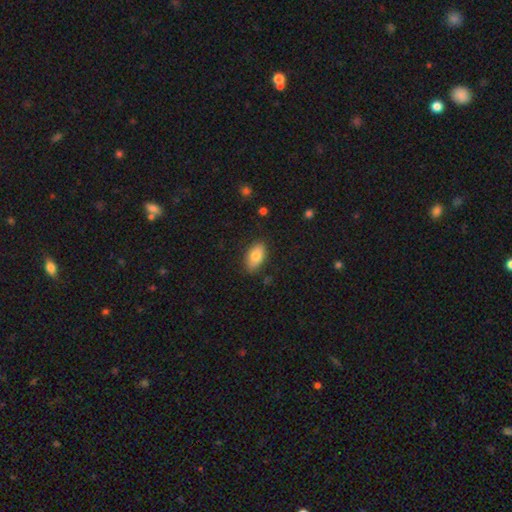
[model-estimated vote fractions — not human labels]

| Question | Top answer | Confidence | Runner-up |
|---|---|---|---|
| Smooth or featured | smooth | 82% | featured or disk (11%) |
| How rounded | in between | 93% | round (5%) |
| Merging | none | 84% | minor disturbance (12%) |